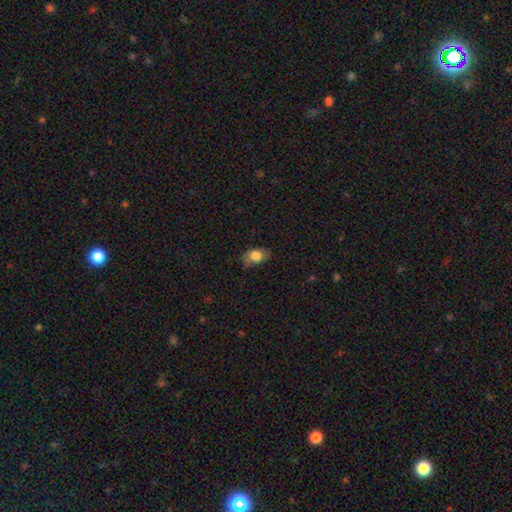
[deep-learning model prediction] smooth-or-featured: smooth: 78% | featured or disk: 14% | star or artifact: 8%
  how-rounded: in between: 81% | round: 17% | cigar-shaped: 2%
  merging: none: 65% | minor disturbance: 27% | major disturbance: 7% | merger: 1%